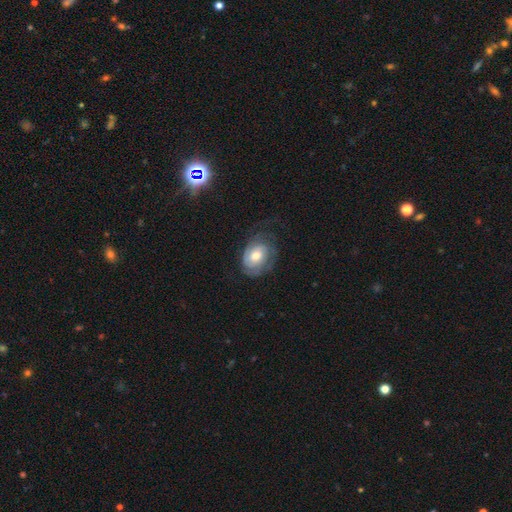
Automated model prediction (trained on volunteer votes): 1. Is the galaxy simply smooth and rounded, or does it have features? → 71% featured or disk, 22% smooth, 7% star or artifact.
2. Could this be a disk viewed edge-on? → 97% no, 3% yes.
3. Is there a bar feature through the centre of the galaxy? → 66% no, 28% weak, 6% strong.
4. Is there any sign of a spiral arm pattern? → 89% yes, 11% no.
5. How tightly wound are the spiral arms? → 62% tight, 28% medium, 10% loose.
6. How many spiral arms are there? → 40% 2, 33% can't tell, 12% 3, 7% 1, 4% 4, 3% more than 4.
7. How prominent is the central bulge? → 69% moderate, 16% small, 12% large, 1% none, 1% dominant.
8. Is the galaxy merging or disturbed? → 61% none, 22% minor disturbance, 15% major disturbance, 1% merger.